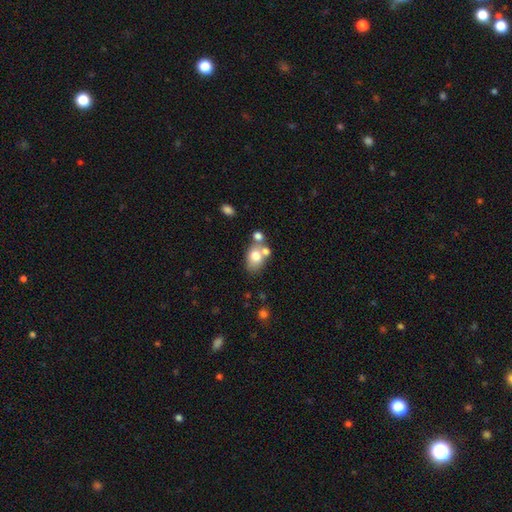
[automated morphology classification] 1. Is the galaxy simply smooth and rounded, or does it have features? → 71% smooth, 19% featured or disk, 10% star or artifact.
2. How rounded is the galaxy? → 74% in between, 25% round, 1% cigar-shaped.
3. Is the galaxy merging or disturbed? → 45% none, 36% merger, 13% minor disturbance, 6% major disturbance.